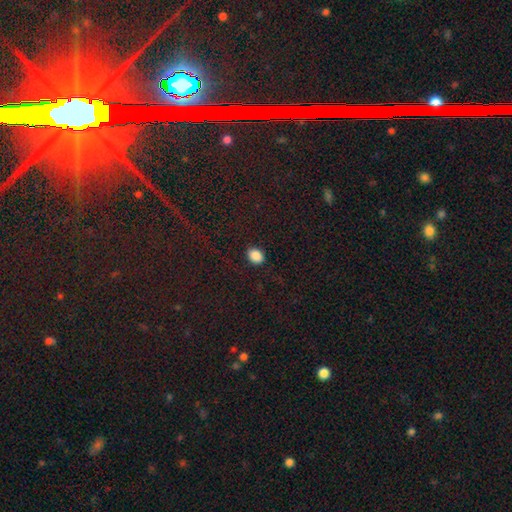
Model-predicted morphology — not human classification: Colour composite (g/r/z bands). It shows a smooth galaxy with no disk features (87%) that is in between round and cigar-shaped (64%). Merging: none (88%).